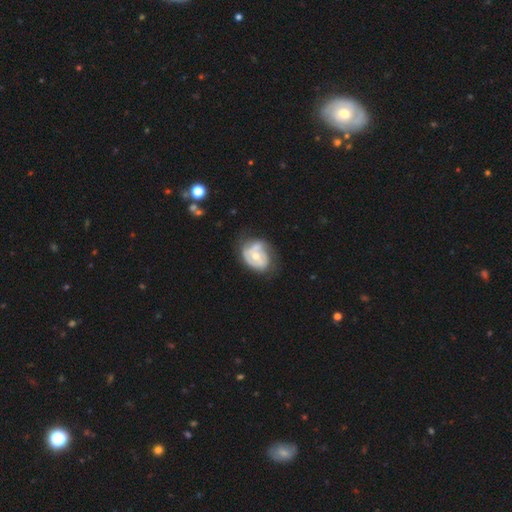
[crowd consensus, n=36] Smooth or featured? 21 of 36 (58%) said featured or disk. Edge-on disk? 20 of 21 (95%) said no. Bar? 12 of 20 (60%) said no. Spiral arms? 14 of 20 (70%) said yes. Spiral winding? 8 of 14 (57%) said tight. Spiral arm count? 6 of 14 (43%) said can't tell. Bulge size? 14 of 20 (70%) said moderate. Merging? 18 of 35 (51%) said none.